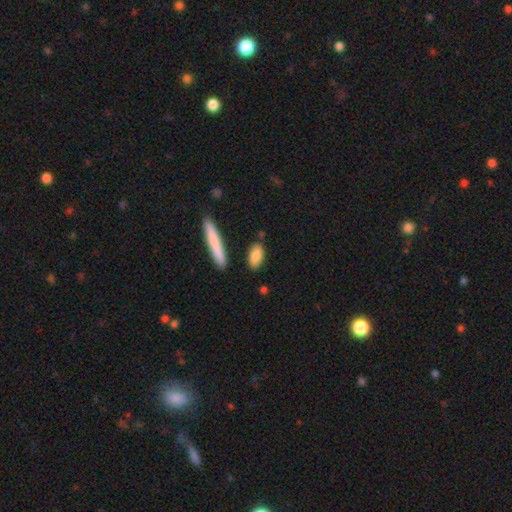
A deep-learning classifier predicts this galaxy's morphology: Overall: smooth (84%). How rounded: in between (80%). Merging: none (82%).